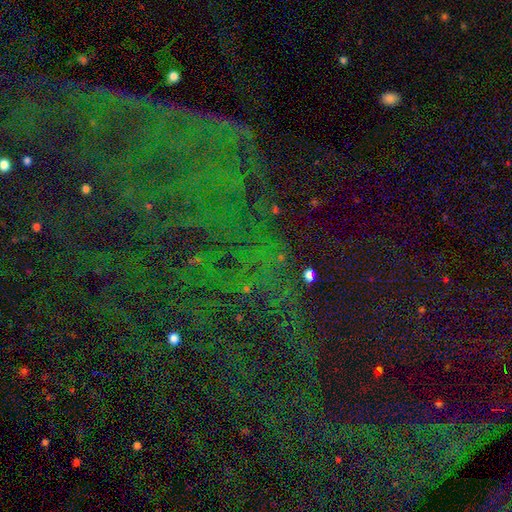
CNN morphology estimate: Smooth or featured?
  - star or artifact: 80% *
  - featured or disk: 10%
  - smooth: 10%